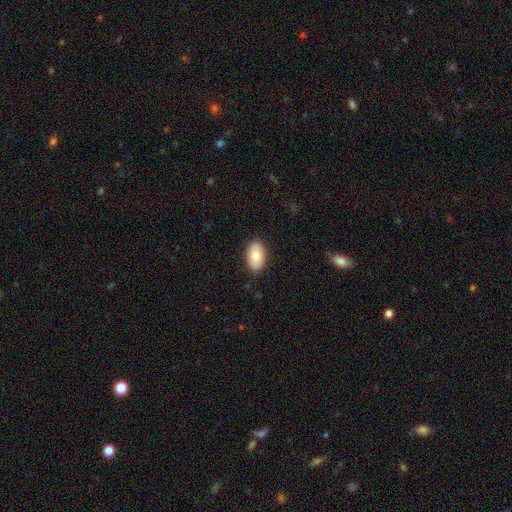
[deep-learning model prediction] A smooth galaxy with no disk features (79%) that is in between round and cigar-shaped (93%). Merging: none (88%).